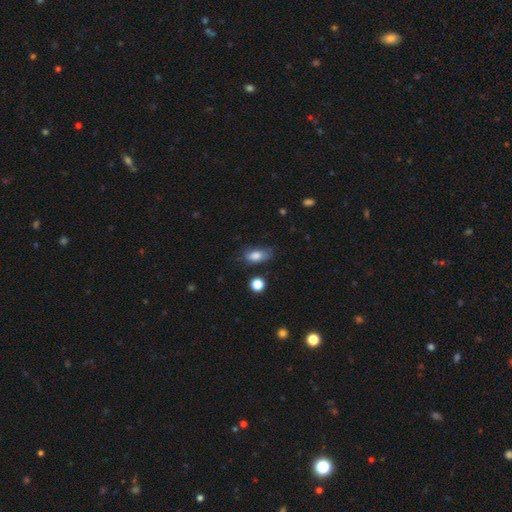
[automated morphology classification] A smooth galaxy with no disk features (80%) that is in between round and cigar-shaped (86%). Merging: none (64%).